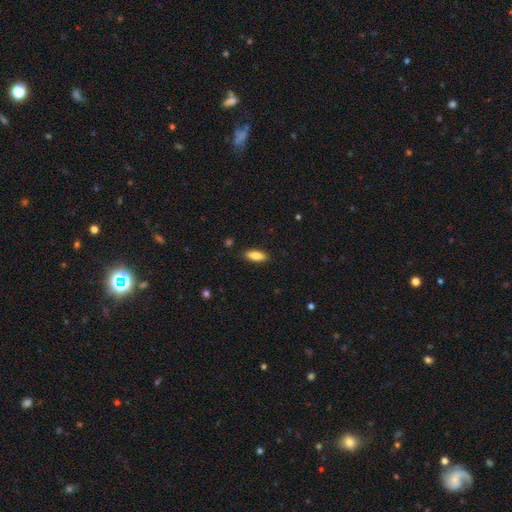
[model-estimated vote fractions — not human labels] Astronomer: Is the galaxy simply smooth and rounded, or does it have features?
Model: smooth — 84%.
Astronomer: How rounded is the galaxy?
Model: in between — 68%.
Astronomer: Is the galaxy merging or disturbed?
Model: none — 88%.